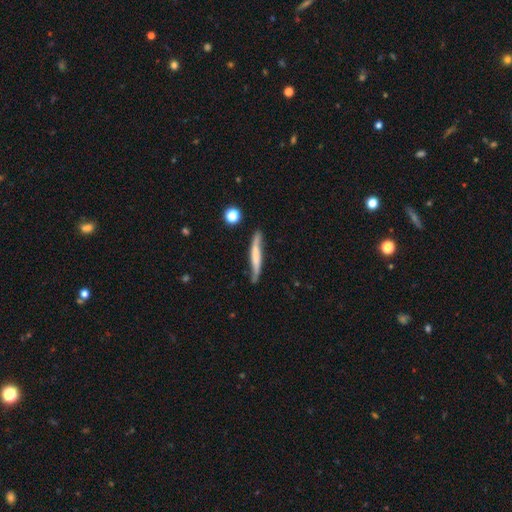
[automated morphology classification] Smooth or featured? Predicted: smooth (p=0.49). Merging? Predicted: none (p=0.69).